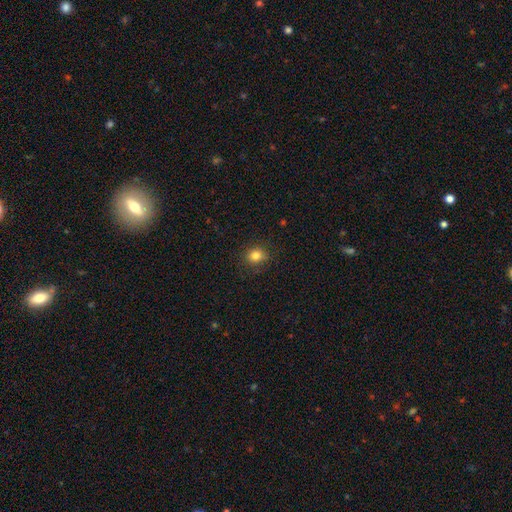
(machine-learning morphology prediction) smooth-or-featured: smooth: 82% | star or artifact: 12% | featured or disk: 6%
  how-rounded: round: 74% | in between: 25% | cigar-shaped: 1%
  merging: none: 85% | minor disturbance: 11% | major disturbance: 3% | merger: 1%